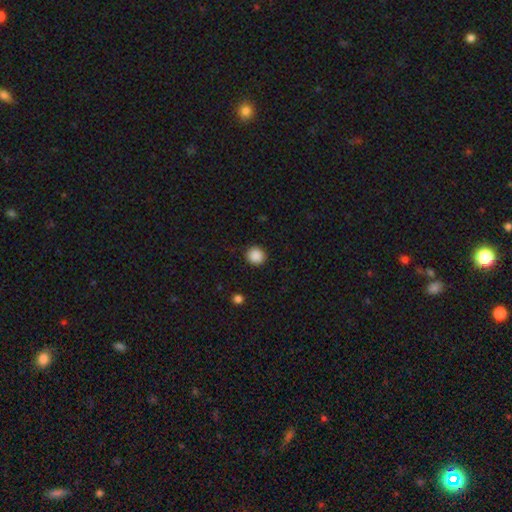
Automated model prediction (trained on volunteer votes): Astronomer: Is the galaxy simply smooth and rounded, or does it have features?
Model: smooth — 88%.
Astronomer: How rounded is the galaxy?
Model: round — 90%.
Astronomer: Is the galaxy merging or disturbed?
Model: none — 91%.